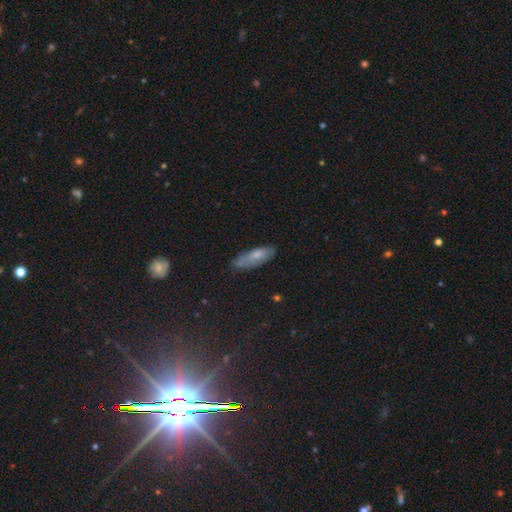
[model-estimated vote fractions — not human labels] Smooth or featured? smooth (65%)
How rounded? in between (53%)
Merging? none (65%)